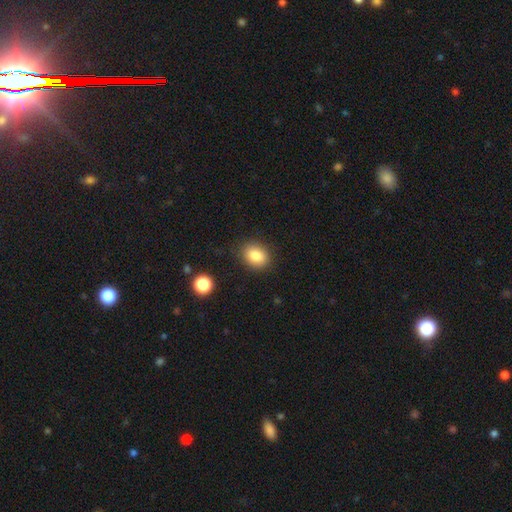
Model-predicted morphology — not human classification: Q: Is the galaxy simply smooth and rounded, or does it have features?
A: smooth — 85%.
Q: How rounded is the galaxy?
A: in between — 56%.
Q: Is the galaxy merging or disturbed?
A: none — 84%.